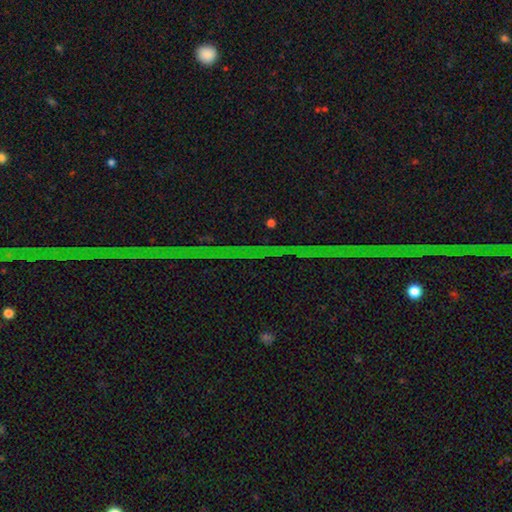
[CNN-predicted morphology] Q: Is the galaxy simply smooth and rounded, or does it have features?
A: star or artifact — 82%.